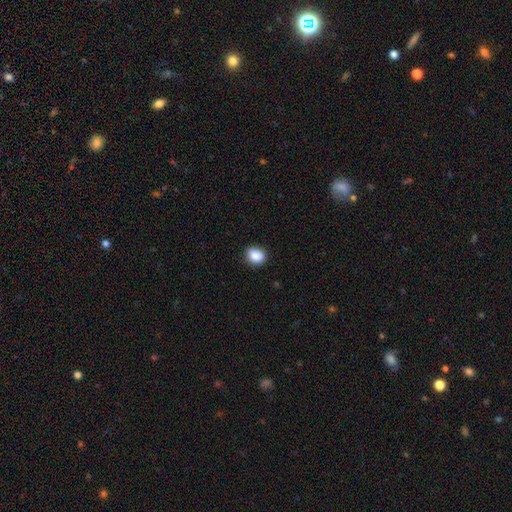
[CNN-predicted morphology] This is clearly a smooth galaxy (88%). How rounded: possibly in between (51%). Merging: clearly none (87%).